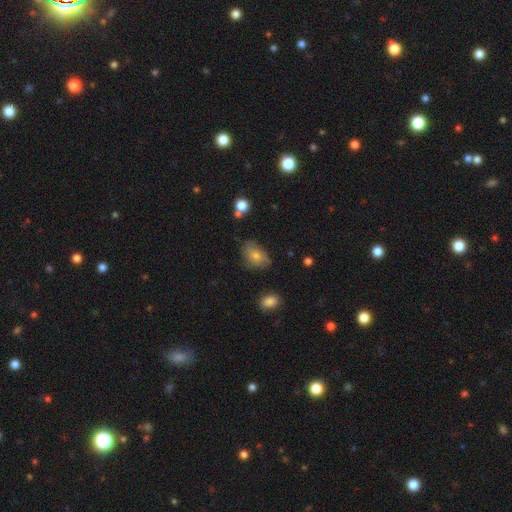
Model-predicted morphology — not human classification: Smooth or featured? Predicted: smooth (p=0.71). How rounded? Predicted: in between (p=0.82). Merging? Predicted: none (p=0.57).